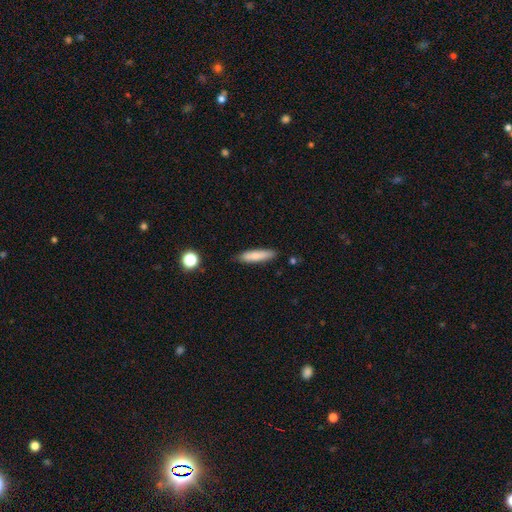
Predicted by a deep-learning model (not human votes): Smooth or featured: smooth — 78% (featured or disk — 15%)
How rounded: cigar-shaped — 77% (in between — 21%)
Merging: none — 85% (minor disturbance — 11%)